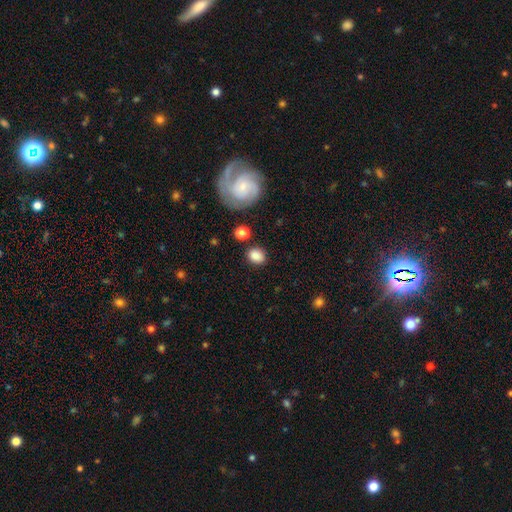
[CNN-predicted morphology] A smooth galaxy with no disk features (85%) that is round (55%). Merging: none (79%).